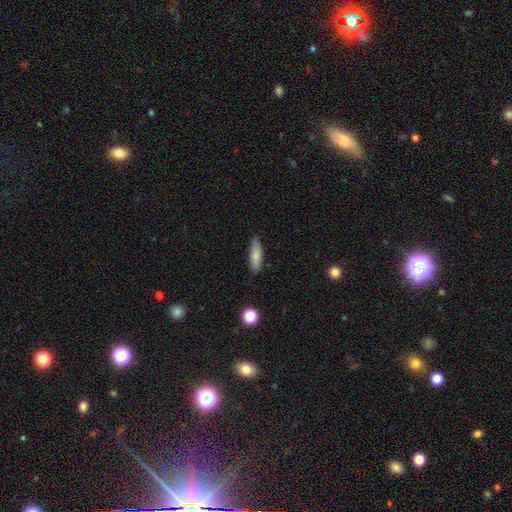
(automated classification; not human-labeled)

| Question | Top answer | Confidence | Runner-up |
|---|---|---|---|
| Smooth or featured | smooth | 80% | featured or disk (13%) |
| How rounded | cigar-shaped | 52% | in between (46%) |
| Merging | none | 83% | minor disturbance (13%) |